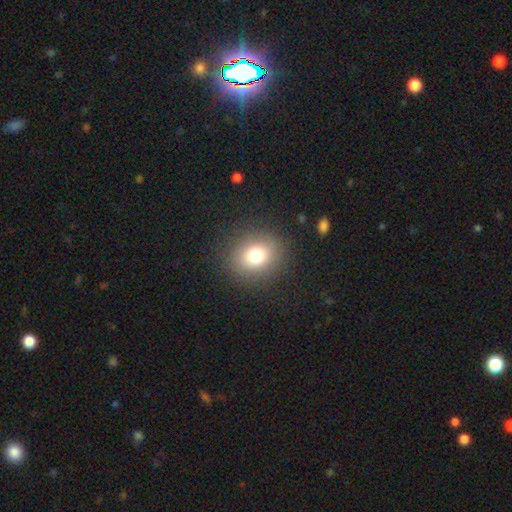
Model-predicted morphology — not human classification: Smooth or featured: smooth — 76% (star or artifact — 14%)
How rounded: round — 76% (in between — 23%)
Merging: none — 87% (minor disturbance — 7%)